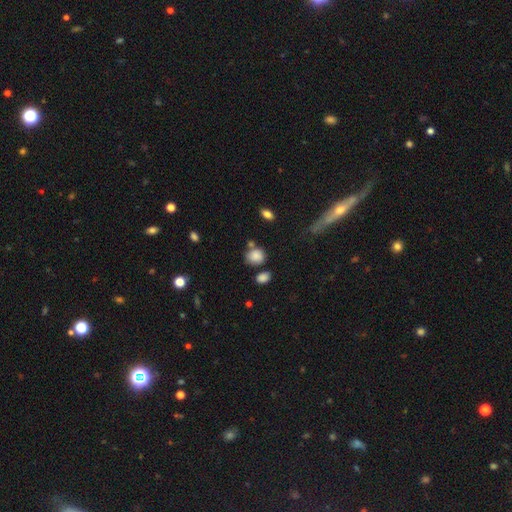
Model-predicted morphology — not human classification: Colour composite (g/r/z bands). It shows a smooth galaxy with no disk features (84%) that is round (67%). Merging: none (62%).